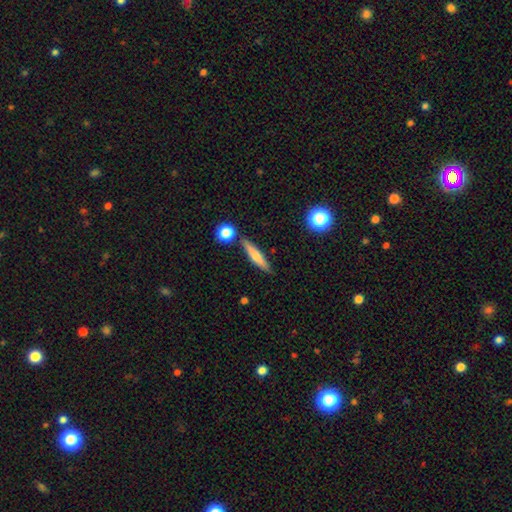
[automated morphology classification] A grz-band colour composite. It shows a smooth galaxy with no disk features (58%) that is cigar-shaped (86%). Merging: none (82%).